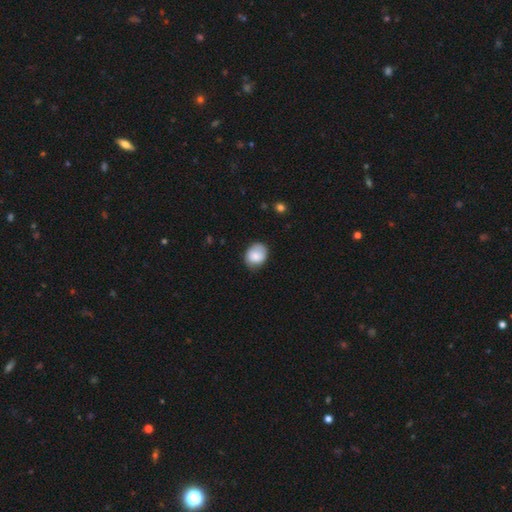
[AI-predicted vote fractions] Q: Smooth or featured?
A: smooth (81%); runner-up: featured or disk (12%)
Q: How rounded?
A: round (57%); runner-up: in between (42%)
Q: Merging?
A: none (67%); runner-up: minor disturbance (26%)